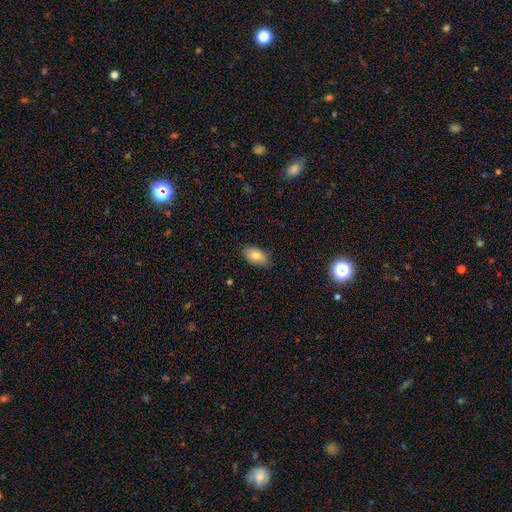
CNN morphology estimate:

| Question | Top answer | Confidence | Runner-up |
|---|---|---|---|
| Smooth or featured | smooth | 79% | featured or disk (13%) |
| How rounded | in between | 92% | round (6%) |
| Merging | none | 83% | minor disturbance (14%) |